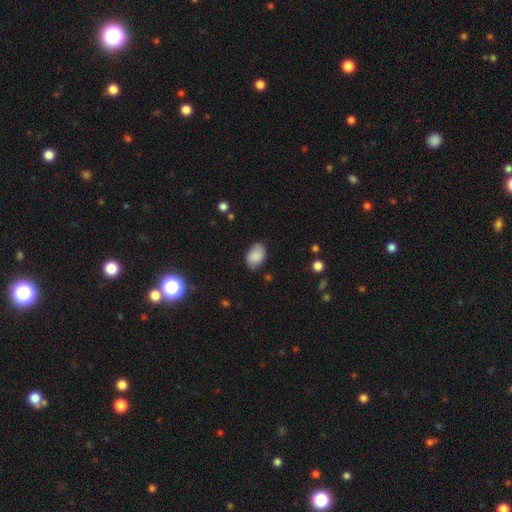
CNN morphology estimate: smooth-or-featured: smooth: 85% | featured or disk: 8% | star or artifact: 7%
  how-rounded: in between: 83% | round: 15% | cigar-shaped: 1%
  merging: none: 78% | minor disturbance: 17% | major disturbance: 3% | merger: 1%